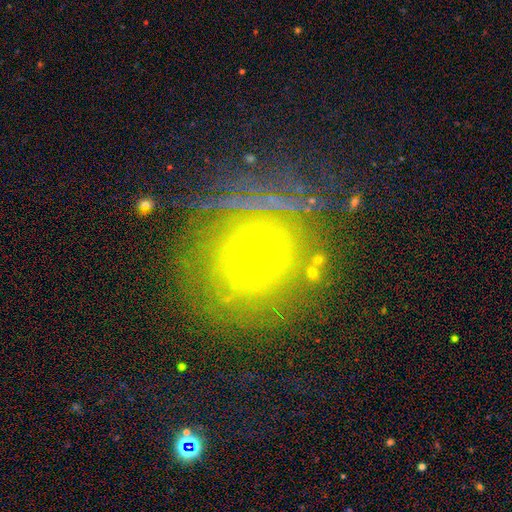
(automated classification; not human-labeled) Q: Smooth or featured?
A: featured or disk (61%); runner-up: smooth (23%)
Q: Edge-on disk?
A: no (95%); runner-up: yes (5%)
Q: Bar?
A: no (69%); runner-up: weak (24%)
Q: Spiral arms?
A: yes (79%); runner-up: no (21%)
Q: Bulge size?
A: small (82%); runner-up: moderate (13%)
Q: Merging?
A: none (73%); runner-up: minor disturbance (16%)